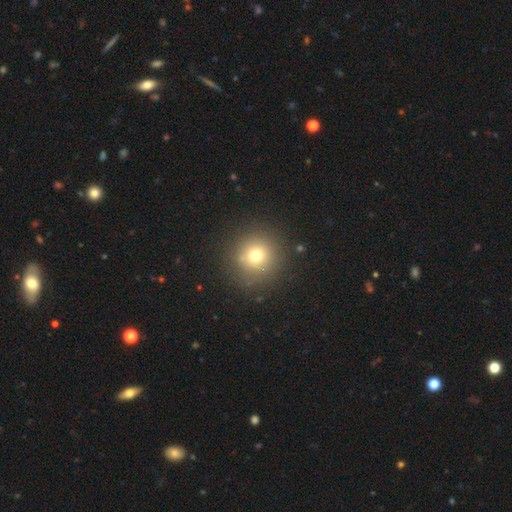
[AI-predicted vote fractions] Morphology: type=smooth (71%); roundness=round (94%); merging=none (86%).